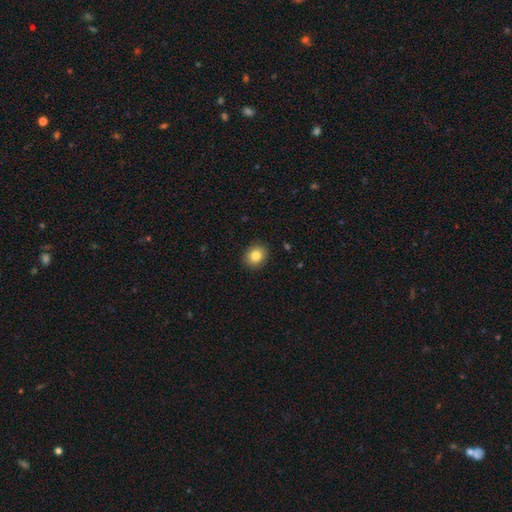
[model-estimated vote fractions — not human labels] smooth 83%, star or artifact 9%, featured or disk 7%. Down the decision tree: how rounded — round (69%); merging — none (91%).